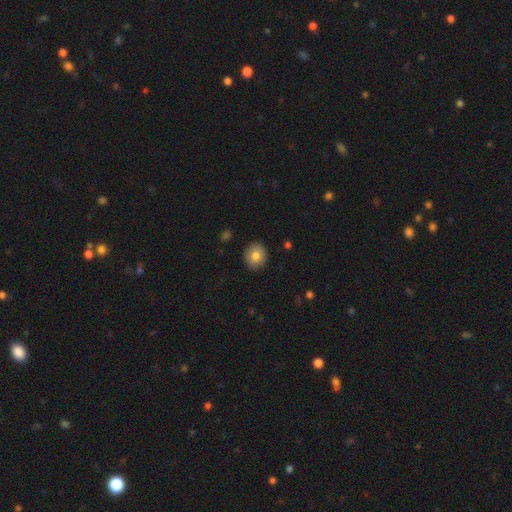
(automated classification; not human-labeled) Q: Smooth or featured?
A: smooth (81%); runner-up: featured or disk (11%)
Q: How rounded?
A: round (86%); runner-up: in between (13%)
Q: Merging?
A: none (90%); runner-up: minor disturbance (7%)